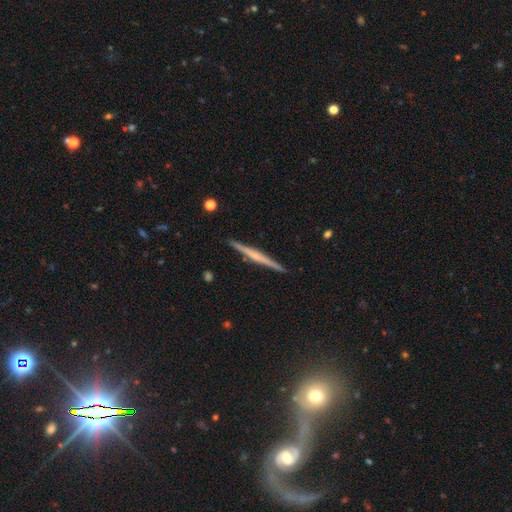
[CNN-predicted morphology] type=featured or disk (67%); edge-on=yes (98%); edge-on bulge=none (45%); merging=none (92%).